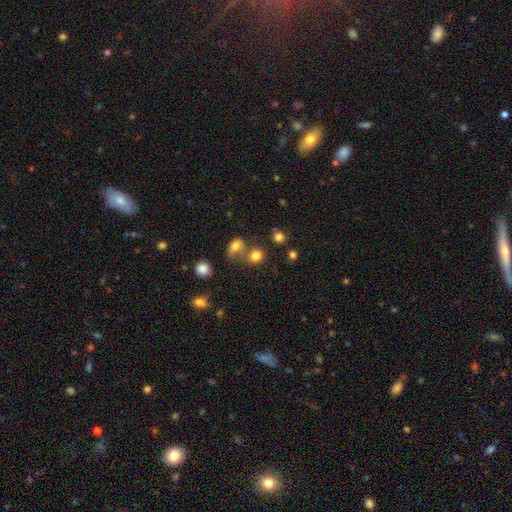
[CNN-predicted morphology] smooth-or-featured: smooth: 78% | star or artifact: 14% | featured or disk: 8%
  how-rounded: round: 77% | in between: 22% | cigar-shaped: 1%
  merging: none: 57% | merger: 27% | minor disturbance: 11% | major disturbance: 5%